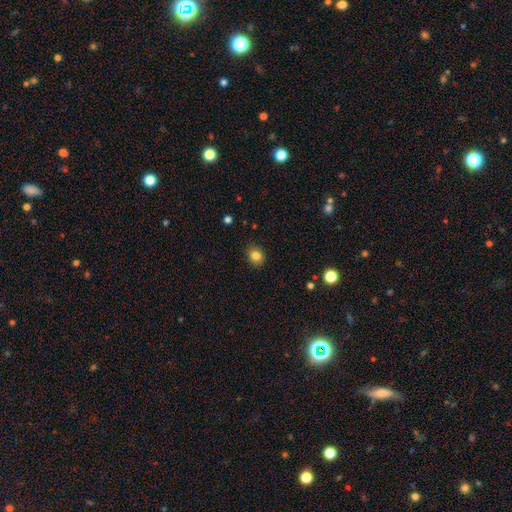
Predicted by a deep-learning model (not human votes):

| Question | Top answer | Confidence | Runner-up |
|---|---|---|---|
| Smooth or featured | smooth | 83% | star or artifact (11%) |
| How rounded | round | 67% | in between (32%) |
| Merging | none | 87% | minor disturbance (9%) |